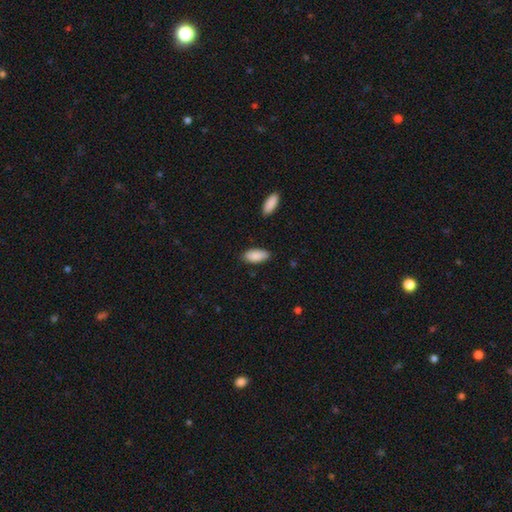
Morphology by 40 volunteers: Overall: smooth (82%). How rounded: in between (91%). Merging: none (81%).